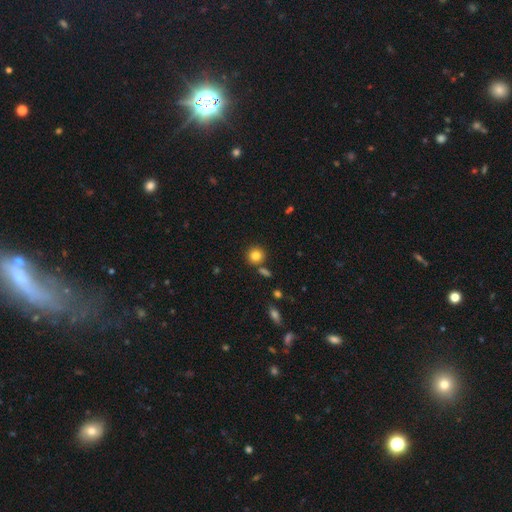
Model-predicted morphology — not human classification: The model was most divided on "smooth or featured": smooth: 82%, star or artifact: 11%, featured or disk: 7%. More confident: how rounded — round (91%); merging — none (80%).